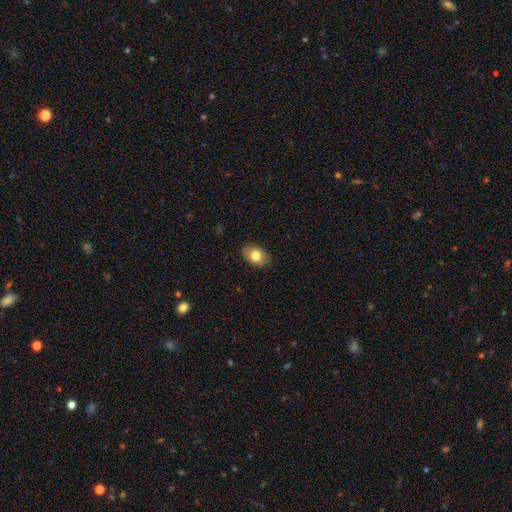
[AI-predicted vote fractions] smooth_or_featured: smooth (p=0.79) [alt: featured or disk p=0.14]
how_rounded: in between (p=0.85) [alt: round p=0.14]
merging: none (p=0.86) [alt: minor disturbance p=0.11]